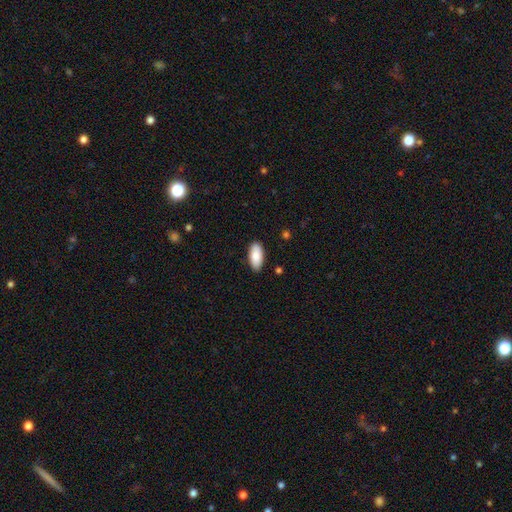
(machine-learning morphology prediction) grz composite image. It shows a smooth galaxy with no disk features (87%) that is in between round and cigar-shaped (91%). Merging: none (87%).